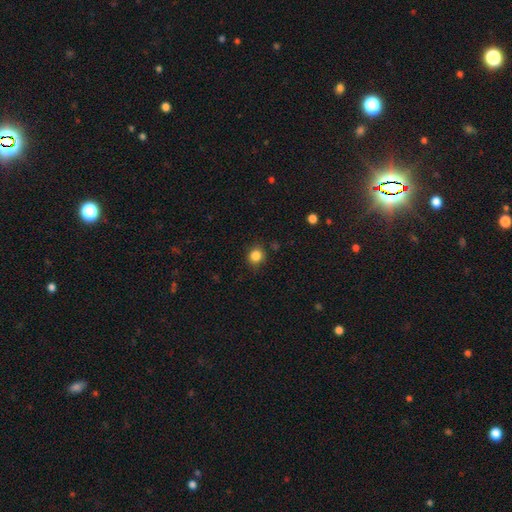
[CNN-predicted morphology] A smooth galaxy with no disk features (84%) that is round (85%). Merging: none (84%).